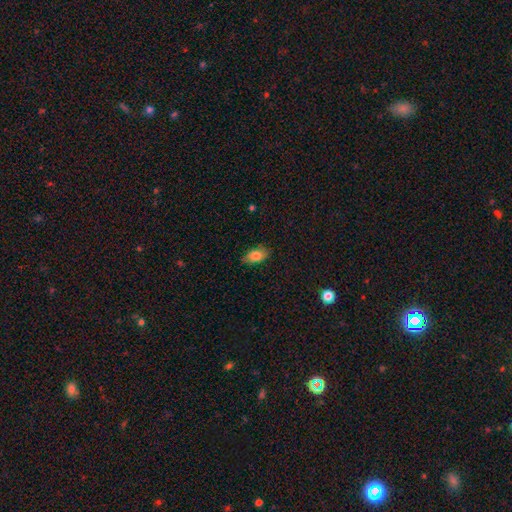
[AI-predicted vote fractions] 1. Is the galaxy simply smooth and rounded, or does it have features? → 81% smooth, 10% featured or disk, 8% star or artifact.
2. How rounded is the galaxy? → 89% in between, 7% round, 4% cigar-shaped.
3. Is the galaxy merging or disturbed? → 81% none, 16% minor disturbance, 3% major disturbance, 1% merger.